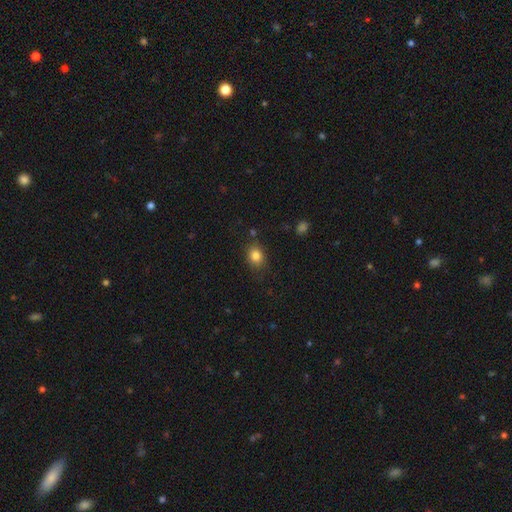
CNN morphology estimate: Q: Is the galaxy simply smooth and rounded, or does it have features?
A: smooth — 83%.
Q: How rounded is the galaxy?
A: in between — 50%.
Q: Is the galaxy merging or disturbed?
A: none — 80%.